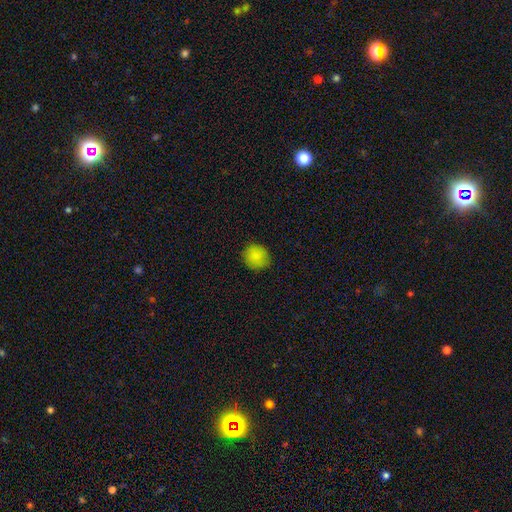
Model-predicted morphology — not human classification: Smooth or featured?
  - smooth: 85% *
  - star or artifact: 11%
  - featured or disk: 4%
How rounded?
  - round: 87% *
  - in between: 12%
  - cigar-shaped: 1%
Merging?
  - none: 87% *
  - minor disturbance: 10%
  - major disturbance: 2%
  - merger: 1%